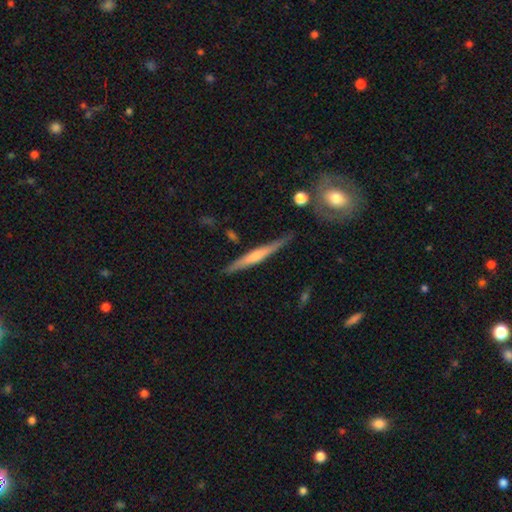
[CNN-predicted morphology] Smooth or featured? featured or disk (58%)
Edge-on disk? yes (95%)
Edge-on bulge? rounded (54%)
Merging? none (79%)